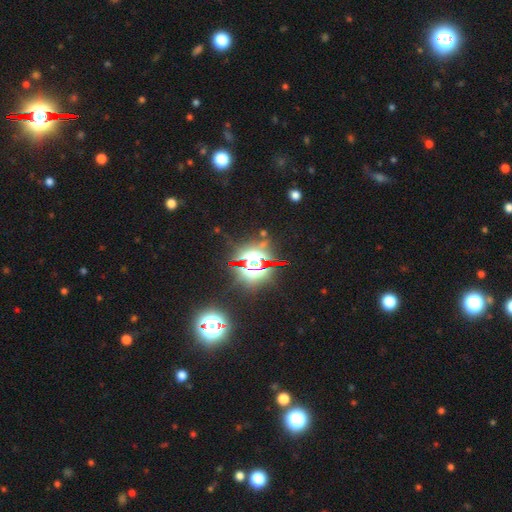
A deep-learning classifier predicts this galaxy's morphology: Overall: star or artifact (77%).